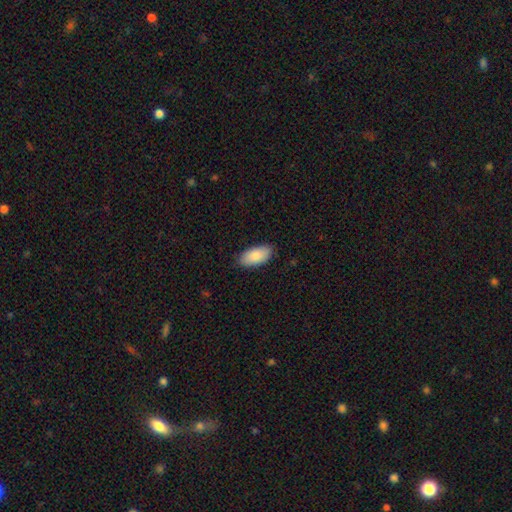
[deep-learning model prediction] Smooth or featured? Predicted: smooth (p=0.86). How rounded? Predicted: in between (p=0.93). Merging? Predicted: none (p=0.86).